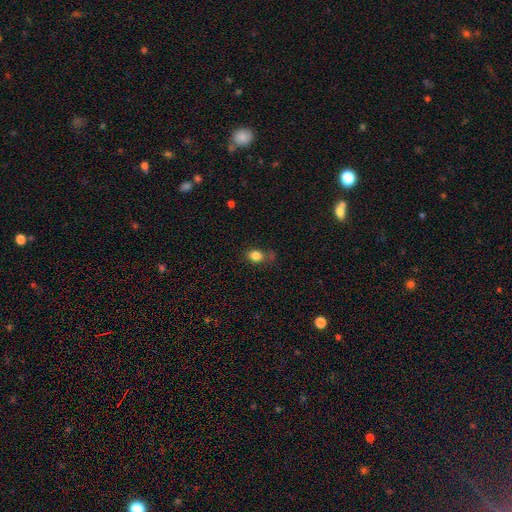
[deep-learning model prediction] smooth_or_featured: smooth (p=0.83) [alt: star or artifact p=0.11]
how_rounded: round (p=0.50) [alt: in between p=0.49]
merging: none (p=0.63) [alt: minor disturbance p=0.23]